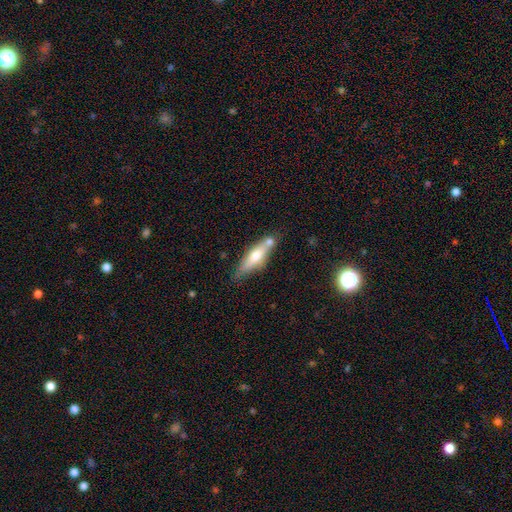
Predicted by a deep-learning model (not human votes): Smooth or featured? smooth (56%)
How rounded? cigar-shaped (64%)
Merging? none (59%)